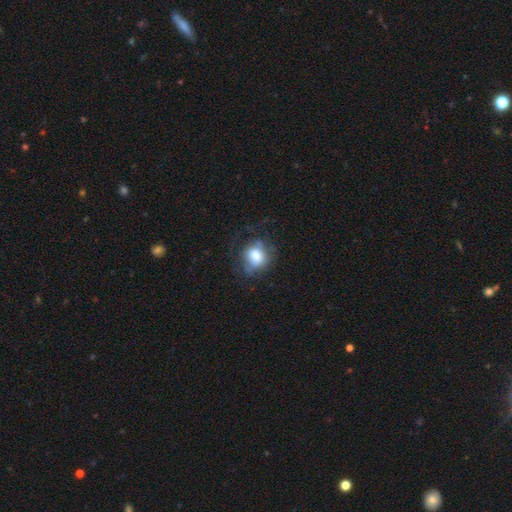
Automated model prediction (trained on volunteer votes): Q: Smooth or featured?
A: smooth (73%); runner-up: featured or disk (17%)
Q: How rounded?
A: round (71%); runner-up: in between (28%)
Q: Merging?
A: none (57%); runner-up: minor disturbance (25%)